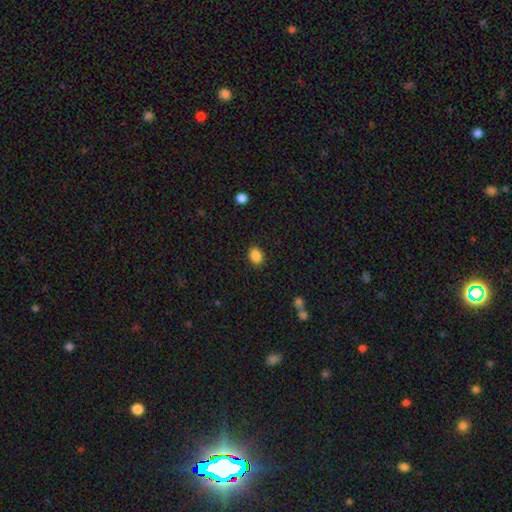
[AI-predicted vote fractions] Smooth or featured? smooth (87%)
How rounded? in between (60%)
Merging? none (89%)